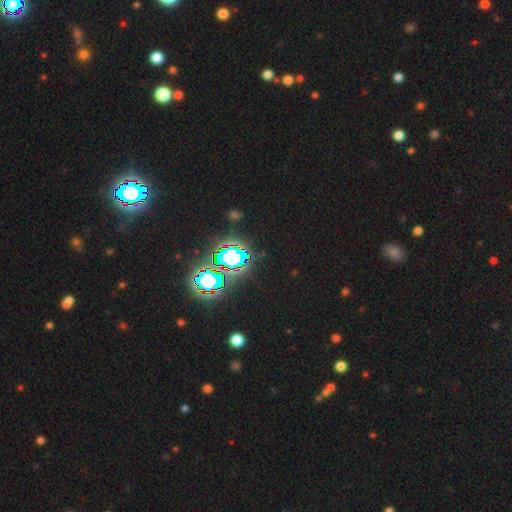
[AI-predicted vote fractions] Smooth or featured? star or artifact (82%)